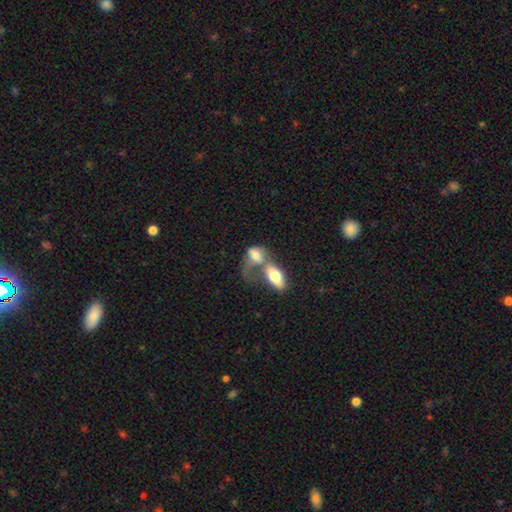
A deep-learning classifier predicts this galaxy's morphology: Smooth or featured?
  - smooth: 64% *
  - featured or disk: 28%
  - star or artifact: 8%
How rounded?
  - in between: 84% *
  - round: 9%
  - cigar-shaped: 7%
Merging?
  - merger: 71% *
  - major disturbance: 14%
  - none: 10%
  - minor disturbance: 6%